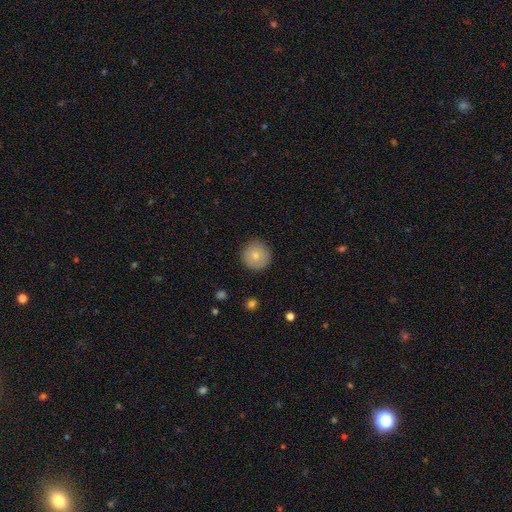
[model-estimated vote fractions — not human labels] Smooth or featured? Predicted: smooth (p=0.80). How rounded? Predicted: round (p=0.95). Merging? Predicted: none (p=0.90).